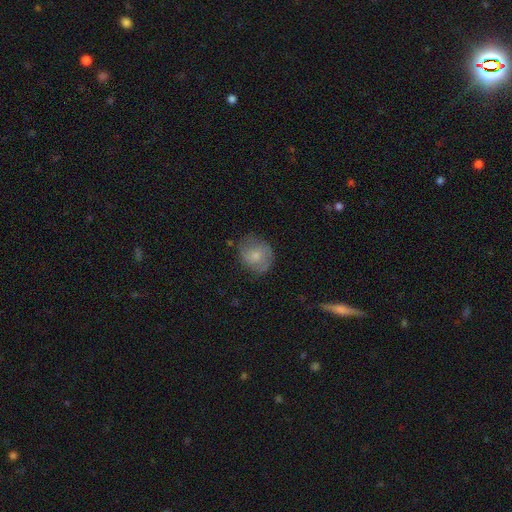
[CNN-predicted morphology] A smooth galaxy with no disk features (66%) that is round (71%). Merging: none (66%).